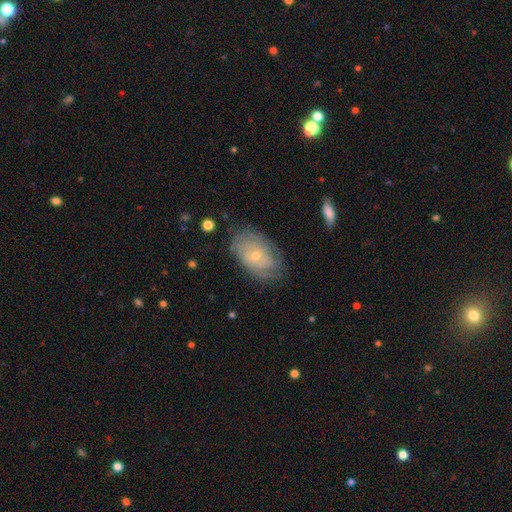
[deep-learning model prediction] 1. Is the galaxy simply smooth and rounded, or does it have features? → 68% featured or disk, 24% smooth, 8% star or artifact.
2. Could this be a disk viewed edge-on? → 95% no, 5% yes.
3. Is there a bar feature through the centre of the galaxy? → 75% no, 22% weak, 3% strong.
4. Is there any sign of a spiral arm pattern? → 83% yes, 17% no.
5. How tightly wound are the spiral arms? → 68% tight, 23% medium, 9% loose.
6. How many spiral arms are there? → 59% can't tell, 15% 2, 9% 3, 7% 4, 5% more than 4, 4% 1.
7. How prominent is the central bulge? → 67% small, 30% moderate, 1% none, 1% large, 1% dominant.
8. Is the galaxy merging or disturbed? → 70% none, 21% minor disturbance, 7% major disturbance, 1% merger.